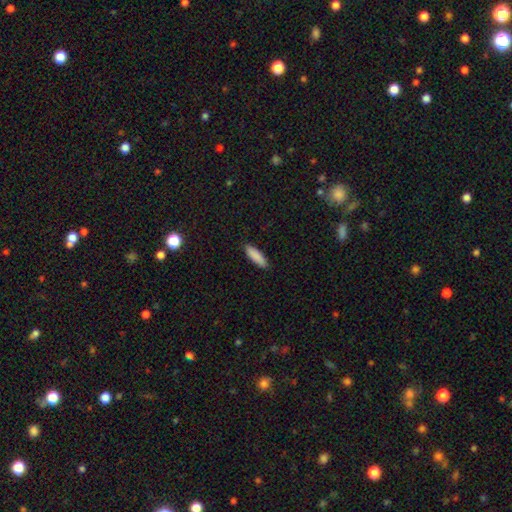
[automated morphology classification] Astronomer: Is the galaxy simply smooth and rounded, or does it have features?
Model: smooth — 89%.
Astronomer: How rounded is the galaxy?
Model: cigar-shaped — 53% (runner-up: in between, 45%).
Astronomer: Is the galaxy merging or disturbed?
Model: none — 89%.